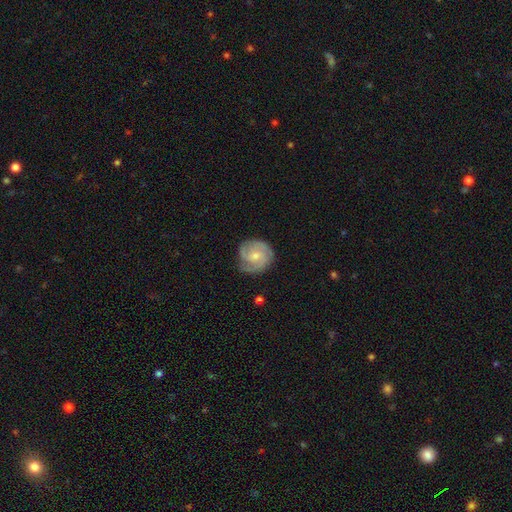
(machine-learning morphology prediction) Smooth or featured: featured or disk — 81% (smooth — 14%)
Edge-on disk: no — 98% (yes — 2%)
Bar: no — 63% (weak — 32%)
Spiral arms: yes — 97% (no — 3%)
Spiral winding: tight — 53% (medium — 40%)
Spiral arm count: 3 — 55% (2 — 20%)
Bulge size: small — 60% (moderate — 36%)
Merging: none — 76% (minor disturbance — 18%)